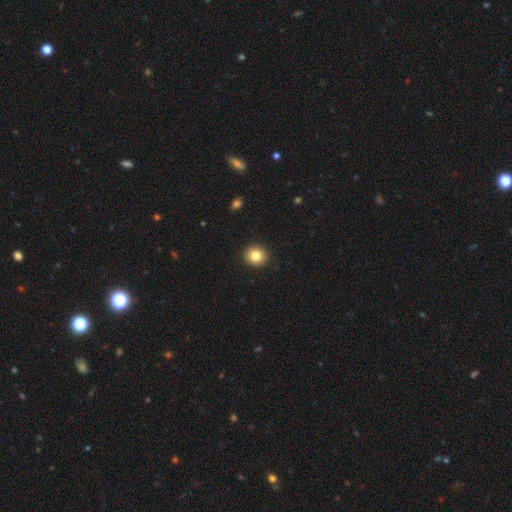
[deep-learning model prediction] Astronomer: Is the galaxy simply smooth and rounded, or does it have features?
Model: smooth — 83%.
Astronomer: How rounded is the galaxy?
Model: round — 85%.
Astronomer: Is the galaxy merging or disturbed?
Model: none — 92%.